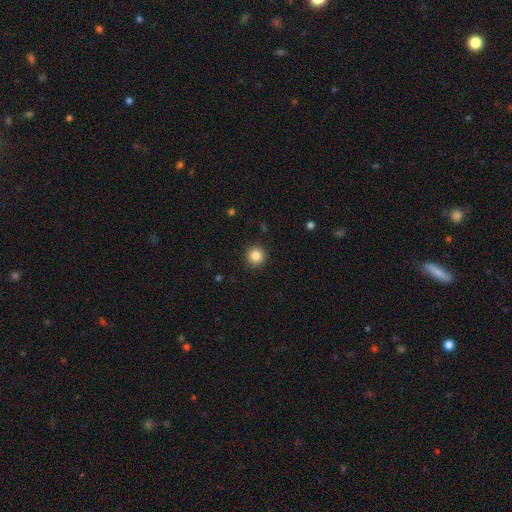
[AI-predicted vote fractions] Smooth or featured?
  - smooth: 85% *
  - star or artifact: 10%
  - featured or disk: 5%
How rounded?
  - round: 95% *
  - in between: 4%
  - cigar-shaped: 1%
Merging?
  - none: 92% *
  - minor disturbance: 5%
  - major disturbance: 2%
  - merger: 1%